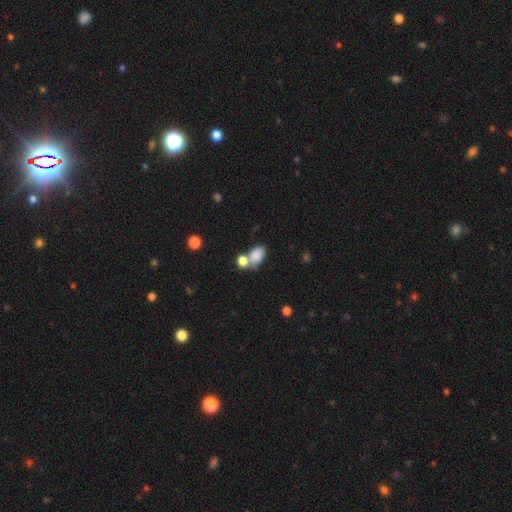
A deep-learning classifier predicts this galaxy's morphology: This appears to be a smooth galaxy with no disk features (83%) that is in between round and cigar-shaped (84%). Merging: none (41%, tied with merger).